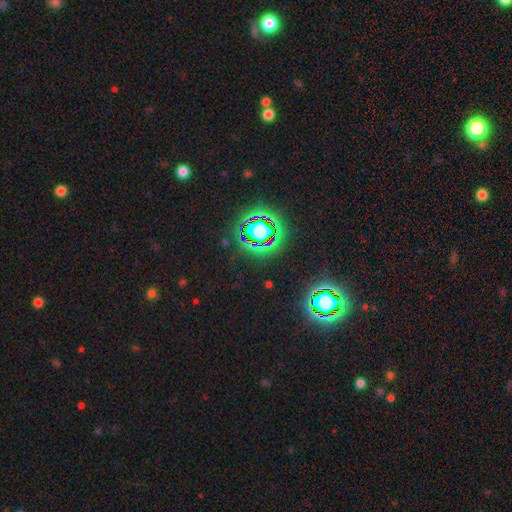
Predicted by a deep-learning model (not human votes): Overall: star or artifact (79%).